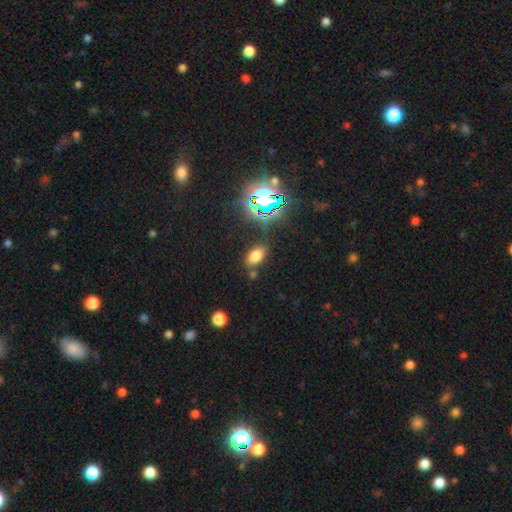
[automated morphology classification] smooth 68%, star or artifact 23%, featured or disk 9%. Down the decision tree: how rounded — in between (89%); merging — none (76%).